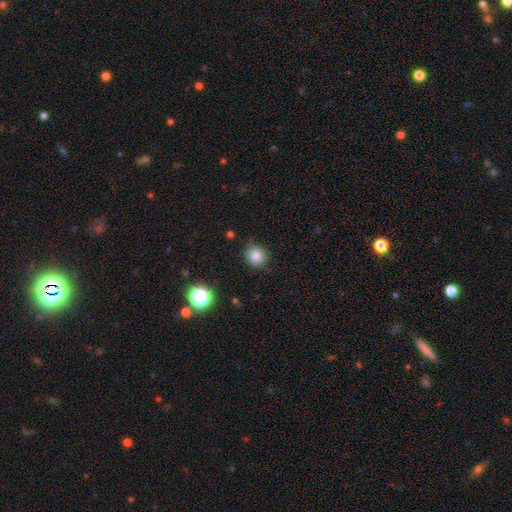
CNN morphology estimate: A smooth galaxy with no disk features (83%) that is round (81%). Merging: none (83%).